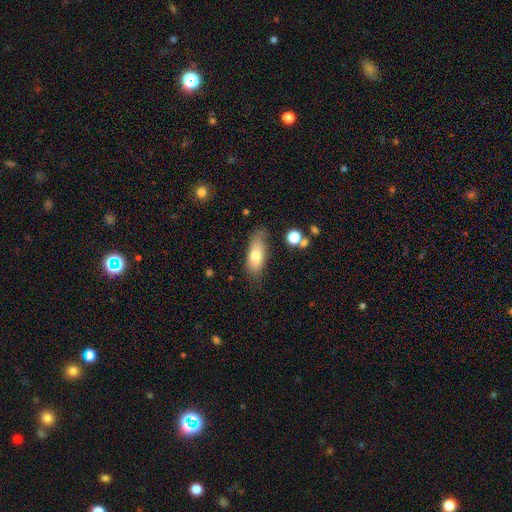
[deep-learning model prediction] Overall: smooth (70%). How rounded: in between (70%). Merging: none (69%).